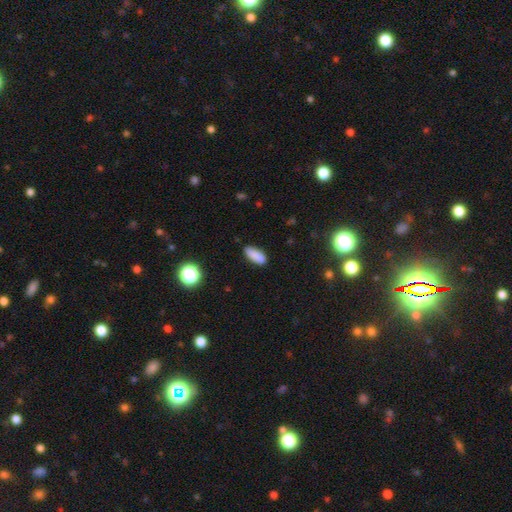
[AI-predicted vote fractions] The model was most divided on "how rounded": in between: 72%, cigar-shaped: 26%, round: 2%. More confident: smooth or featured — smooth (86%); merging — none (81%).